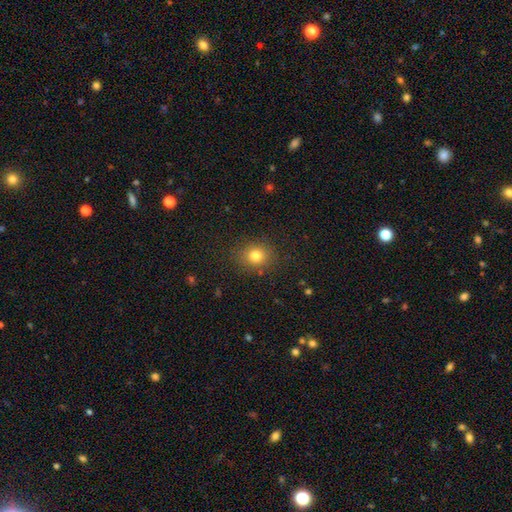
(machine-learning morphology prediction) A smooth galaxy with no disk features (80%) that is round (72%). Merging: none (85%).